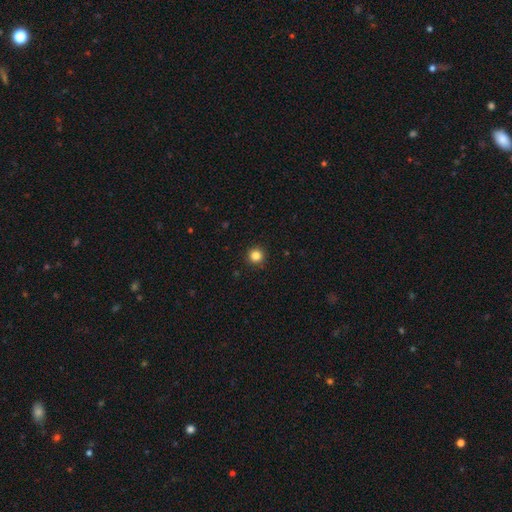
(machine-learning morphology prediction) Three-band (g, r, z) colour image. It shows a smooth galaxy with no disk features (84%) that is round (96%). Merging: none (93%).